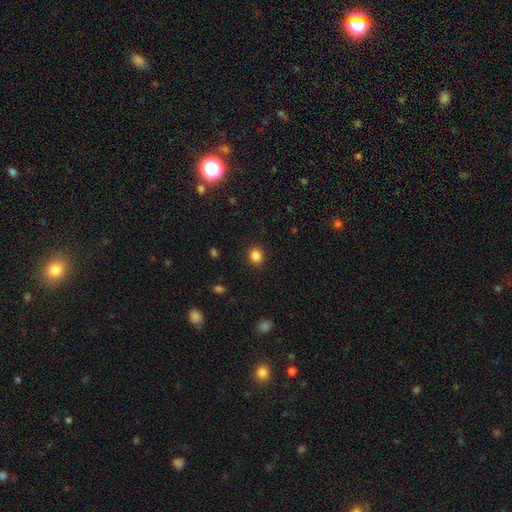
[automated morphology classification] Smooth or featured?
  - smooth: 85% *
  - star or artifact: 11%
  - featured or disk: 4%
How rounded?
  - round: 75% *
  - in between: 24%
  - cigar-shaped: 1%
Merging?
  - none: 90% *
  - minor disturbance: 6%
  - major disturbance: 2%
  - merger: 1%